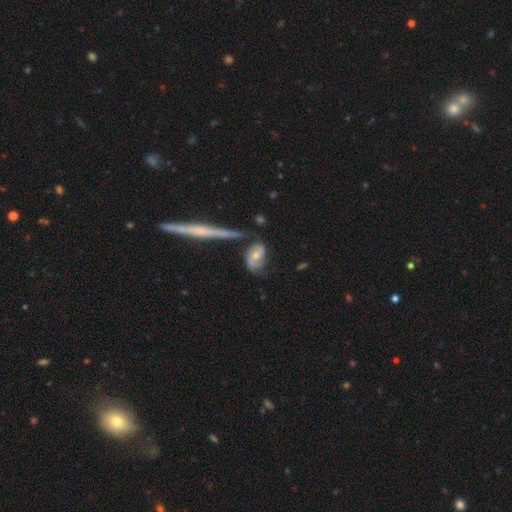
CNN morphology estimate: Overall: featured or disk (59%; smooth 34%). Edge-on disk: no (89%). Bar: no (58%; weak 28%). Spiral arms: yes (75%). Bulge size: moderate (61%; small 33%). Merging: none (51%; minor disturbance 25%).